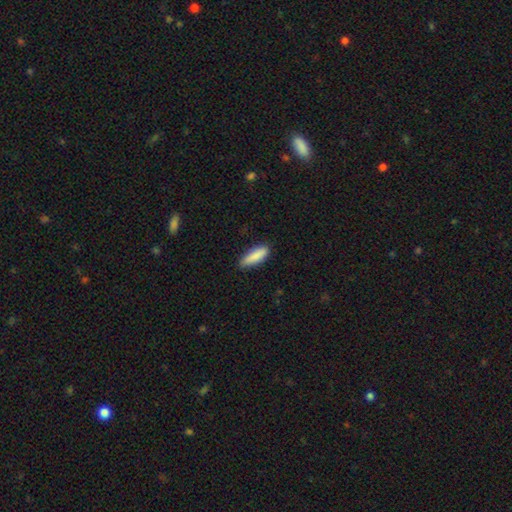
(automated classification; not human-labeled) smooth_or_featured: smooth (p=0.88) [alt: featured or disk p=0.07]
how_rounded: in between (p=0.51) [alt: cigar-shaped p=0.48]
merging: none (p=0.83) [alt: minor disturbance p=0.14]